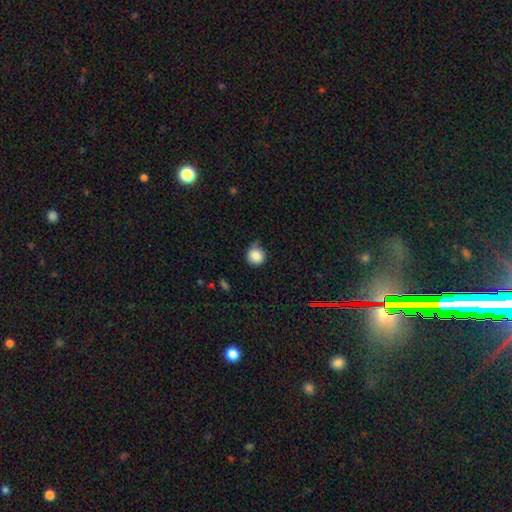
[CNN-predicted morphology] A smooth galaxy with no disk features (86%) that is round (94%). Merging: none (70%).